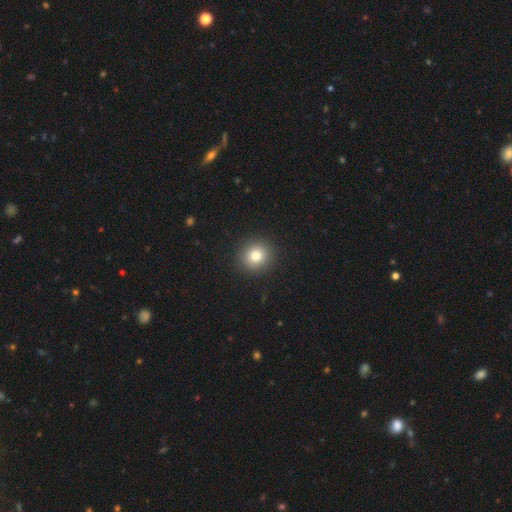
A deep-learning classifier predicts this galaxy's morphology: This is clearly a smooth galaxy (82%). How rounded: clearly round (86%). Merging: clearly none (91%).